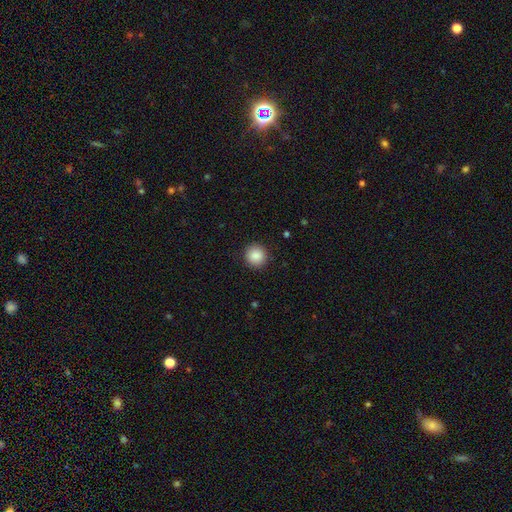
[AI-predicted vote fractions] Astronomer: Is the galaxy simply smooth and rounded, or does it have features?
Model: smooth — 88%.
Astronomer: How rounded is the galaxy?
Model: round — 94%.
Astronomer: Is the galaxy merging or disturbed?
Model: none — 92%.